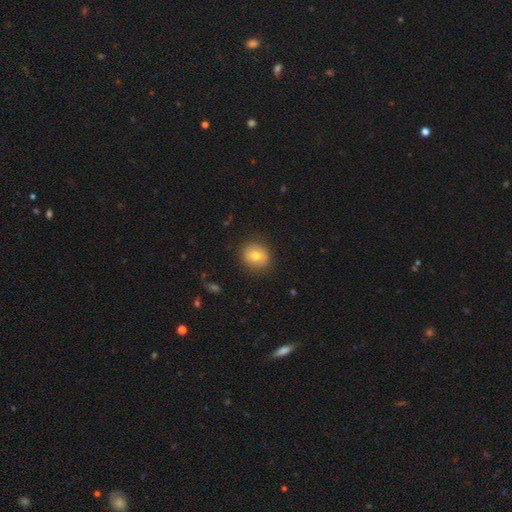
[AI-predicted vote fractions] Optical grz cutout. It shows a smooth galaxy with no disk features (67%) that is round (79%). Merging: none (84%).